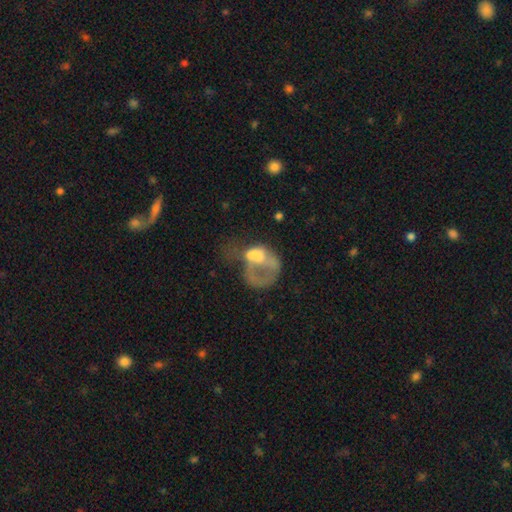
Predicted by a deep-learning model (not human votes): Q: Smooth or featured?
A: featured or disk (46%); runner-up: smooth (43%)
Q: Merging?
A: major disturbance (59%); runner-up: none (16%)